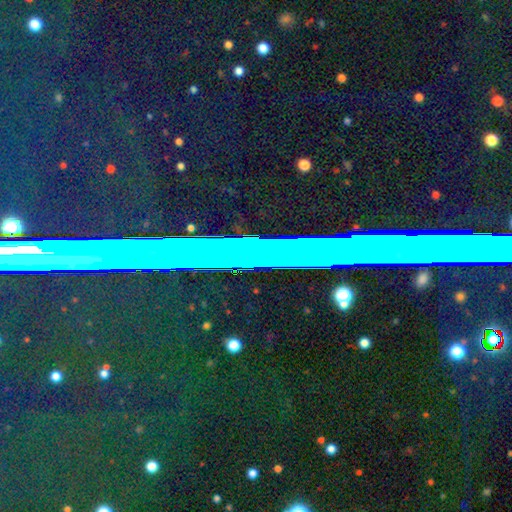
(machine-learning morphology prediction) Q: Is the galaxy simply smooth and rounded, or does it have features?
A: star or artifact — 79%.